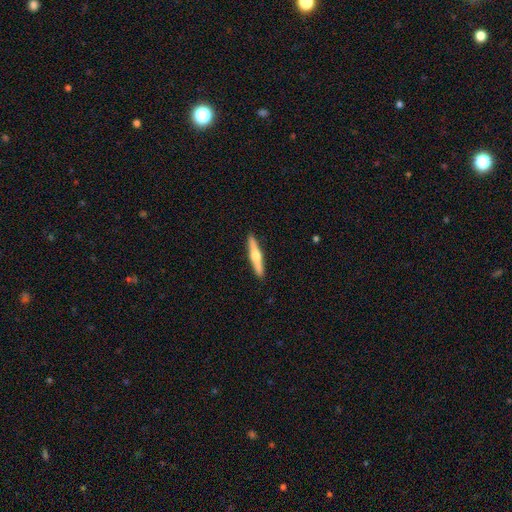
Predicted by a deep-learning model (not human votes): Smooth or featured? featured or disk (61%)
Edge-on disk? yes (97%)
Edge-on bulge? rounded (92%)
Merging? none (92%)